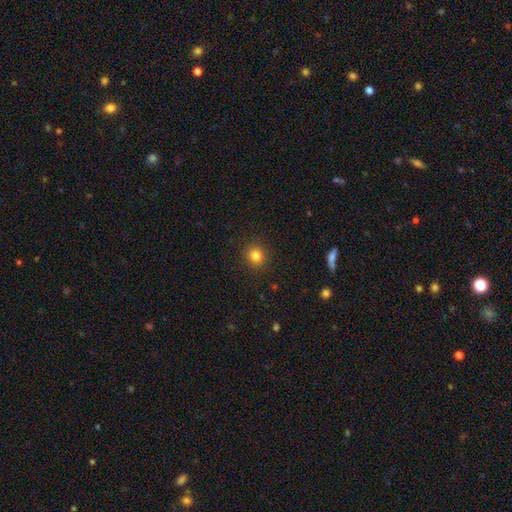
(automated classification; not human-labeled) Q: Smooth or featured?
A: smooth (82%); runner-up: star or artifact (12%)
Q: How rounded?
A: round (84%); runner-up: in between (15%)
Q: Merging?
A: none (91%); runner-up: minor disturbance (6%)